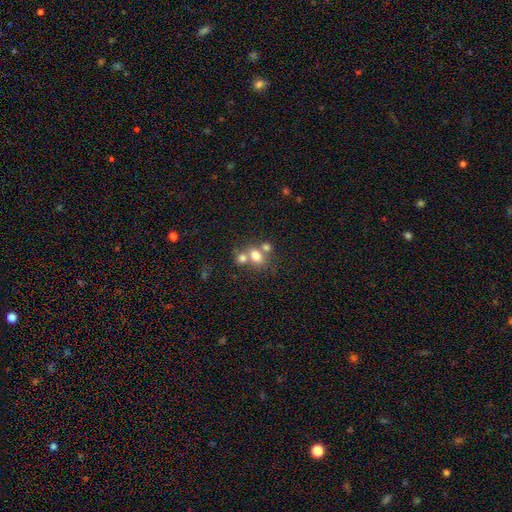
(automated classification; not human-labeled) A smooth galaxy with no disk features (72%) that is in between round and cigar-shaped (56%).

Vote fractions:
- Smooth or featured? smooth: 72% / featured or disk: 15% / star or artifact: 13%
- How rounded? in between: 56% / round: 43% / cigar-shaped: 1%
- Merging? merger: 52% / none: 35% / minor disturbance: 9% / major disturbance: 4%